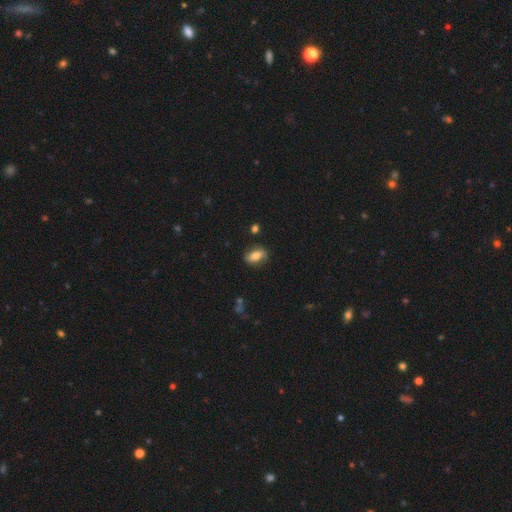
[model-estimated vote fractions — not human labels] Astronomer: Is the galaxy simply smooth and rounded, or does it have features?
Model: smooth — 69%.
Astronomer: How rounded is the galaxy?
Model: in between — 84%.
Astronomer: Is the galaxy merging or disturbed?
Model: none — 82%.